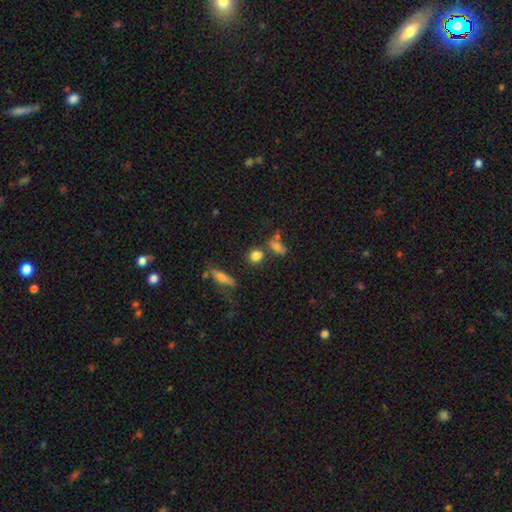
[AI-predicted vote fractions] Smooth or featured? Predicted: smooth (p=0.79). How rounded? Predicted: round (p=0.62). Merging? Predicted: none (p=0.63).